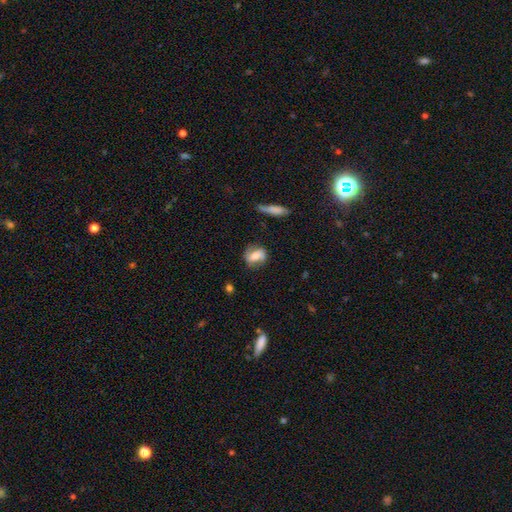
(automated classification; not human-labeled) The model was most divided on "smooth or featured": smooth: 47%, featured or disk: 45%, star or artifact: 8%. More confident: merging — none (72%).